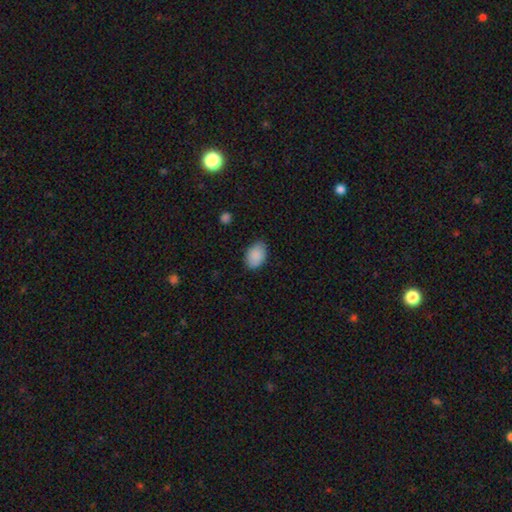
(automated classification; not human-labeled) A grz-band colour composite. It shows a smooth galaxy with no disk features (89%) that is in between round and cigar-shaped (87%). Merging: none (79%).